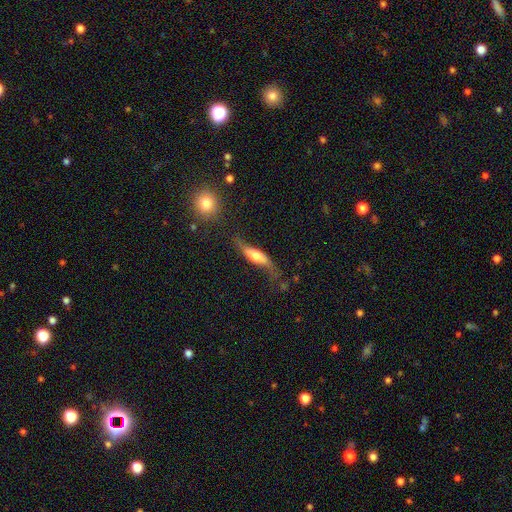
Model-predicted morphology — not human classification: The model was most divided on "edge-on disk" (2-way tie): no: 50%, yes: 50%. Remaining: smooth or featured — featured or disk (61%); merging — none (49%).